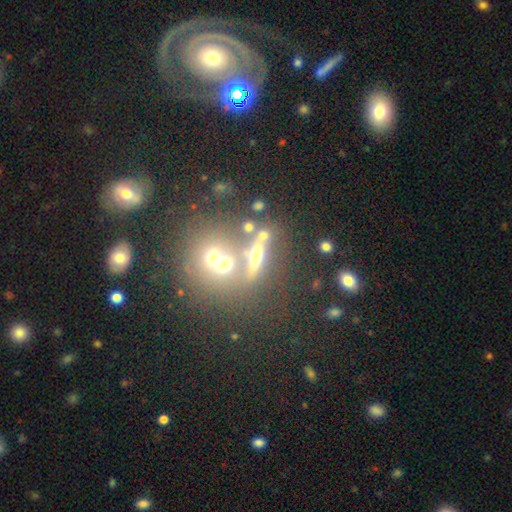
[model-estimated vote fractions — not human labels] A featured or disk galaxy (43%).

Vote fractions:
- Smooth or featured? featured or disk: 43% / smooth: 38% / star or artifact: 20%
- Merging? none: 51% / merger: 33% / minor disturbance: 9% / major disturbance: 6%